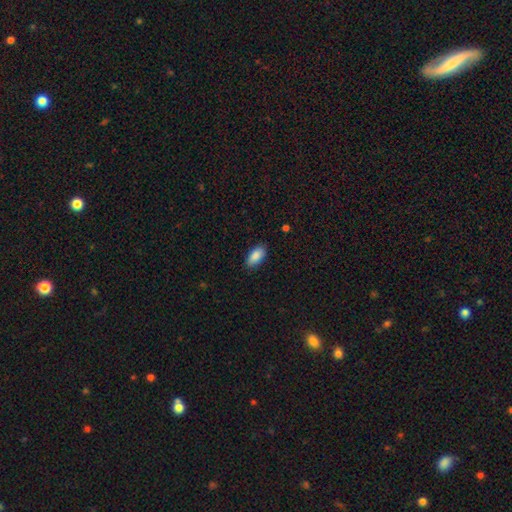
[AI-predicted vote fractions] The model was most divided on "merging": none: 86%, minor disturbance: 11%, major disturbance: 2%, merger: 1%. More confident: how rounded — in between (92%); smooth or featured — smooth (88%).